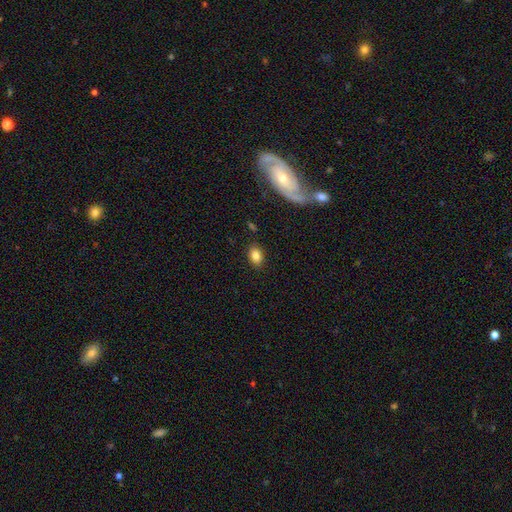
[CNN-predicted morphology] Q: Smooth or featured?
A: smooth (83%); runner-up: star or artifact (9%)
Q: How rounded?
A: in between (81%); runner-up: round (18%)
Q: Merging?
A: none (85%); runner-up: minor disturbance (11%)